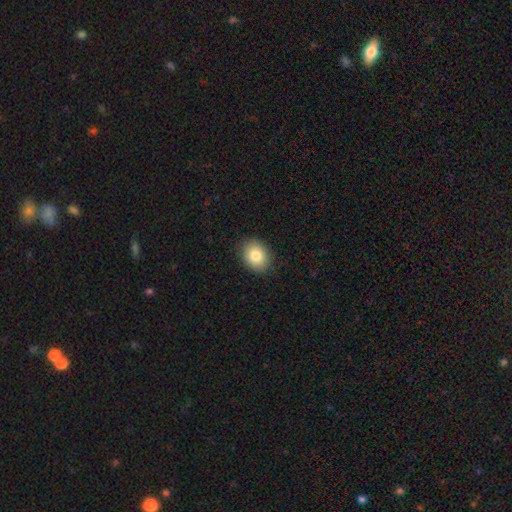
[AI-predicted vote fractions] Morphology: type=smooth (82%); roundness=in between (61%); merging=none (89%).